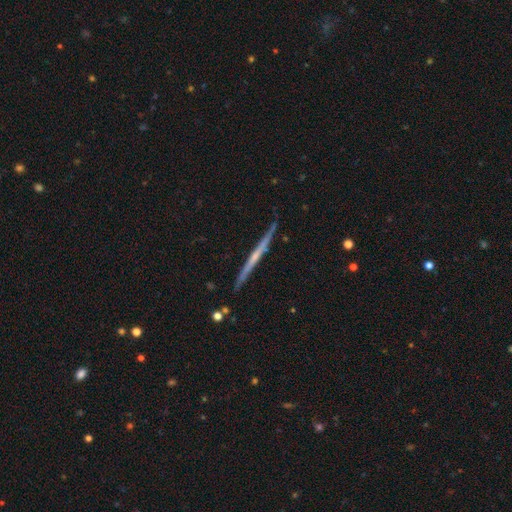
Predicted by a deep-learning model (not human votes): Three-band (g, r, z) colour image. It shows a featured or disk galaxy (71%) viewed edge-on (98%) with no central bulge (65%). Merging: none (89%).